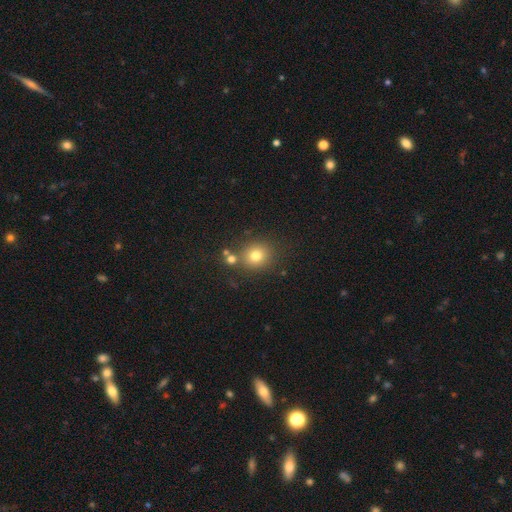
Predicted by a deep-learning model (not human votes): Smooth or featured?
  - smooth: 76% *
  - star or artifact: 15%
  - featured or disk: 9%
How rounded?
  - round: 84% *
  - in between: 15%
  - cigar-shaped: 1%
Merging?
  - none: 76% *
  - merger: 11%
  - minor disturbance: 10%
  - major disturbance: 4%